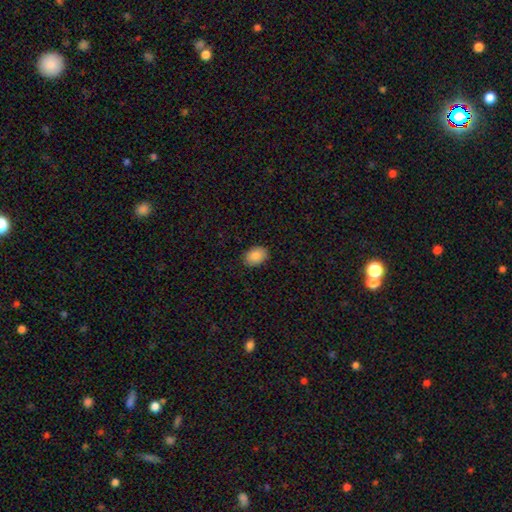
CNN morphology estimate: Smooth or featured? smooth (87%)
How rounded? in between (82%)
Merging? none (90%)